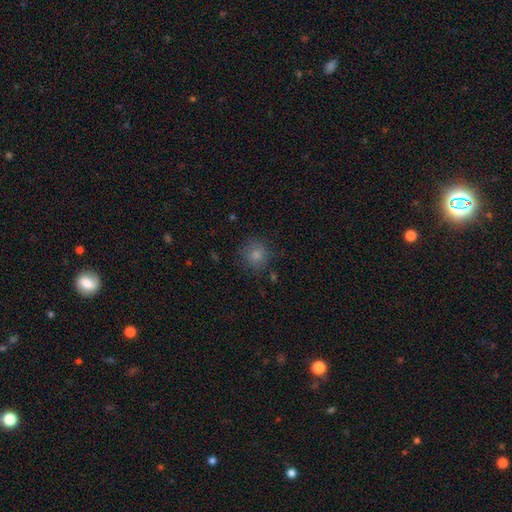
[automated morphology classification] Q: Smooth or featured?
A: smooth (70%); runner-up: star or artifact (21%)
Q: How rounded?
A: round (90%); runner-up: in between (9%)
Q: Merging?
A: none (84%); runner-up: minor disturbance (11%)